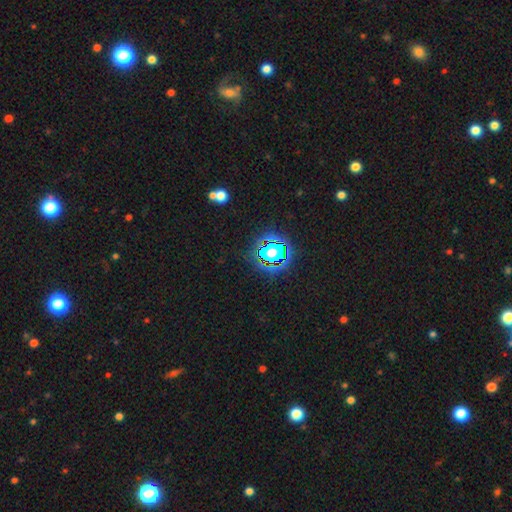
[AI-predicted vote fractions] Overall: star or artifact (81%).